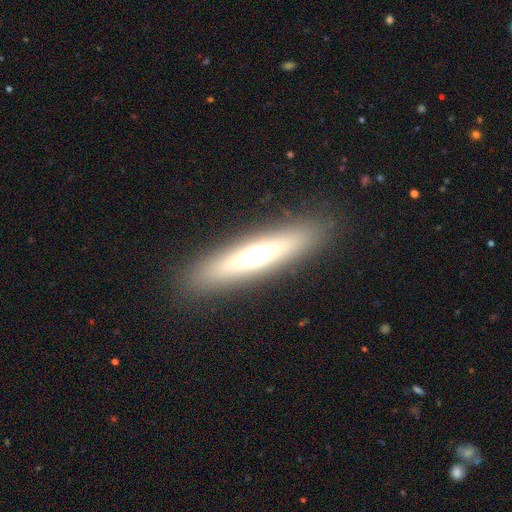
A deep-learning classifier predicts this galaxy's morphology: smooth_or_featured: smooth (p=0.46) [alt: featured or disk p=0.44]
merging: none (p=0.88) [alt: minor disturbance p=0.08]